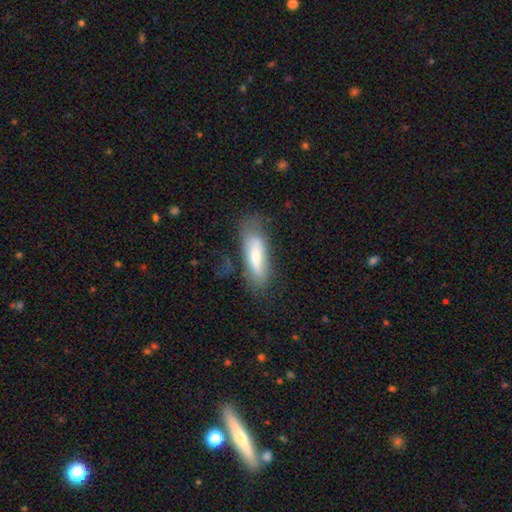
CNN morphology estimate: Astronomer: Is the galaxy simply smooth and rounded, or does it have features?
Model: smooth — 63%.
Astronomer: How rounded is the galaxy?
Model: in between — 51% (runner-up: cigar-shaped, 47%).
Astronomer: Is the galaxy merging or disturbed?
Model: none — 64%.